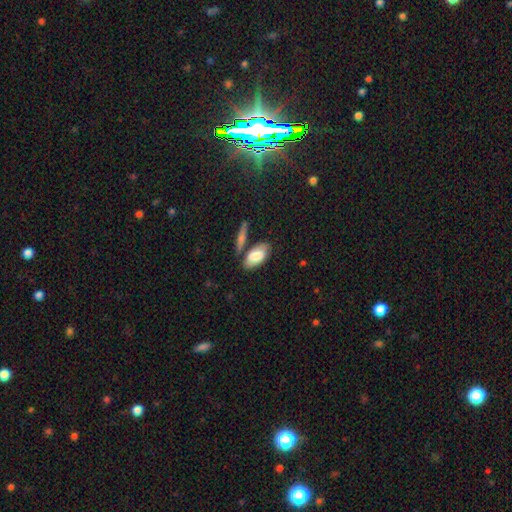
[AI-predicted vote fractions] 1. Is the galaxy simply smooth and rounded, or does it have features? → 78% smooth, 16% featured or disk, 6% star or artifact.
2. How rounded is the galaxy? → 91% in between, 7% cigar-shaped, 3% round.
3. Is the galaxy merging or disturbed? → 63% none, 17% minor disturbance, 15% merger, 5% major disturbance.